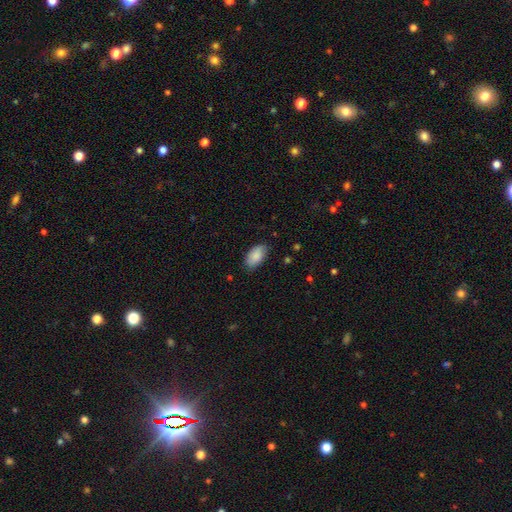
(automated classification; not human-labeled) smooth 87%, featured or disk 6%, star or artifact 6%. Down the decision tree: how rounded — in between (95%); merging — none (80%).